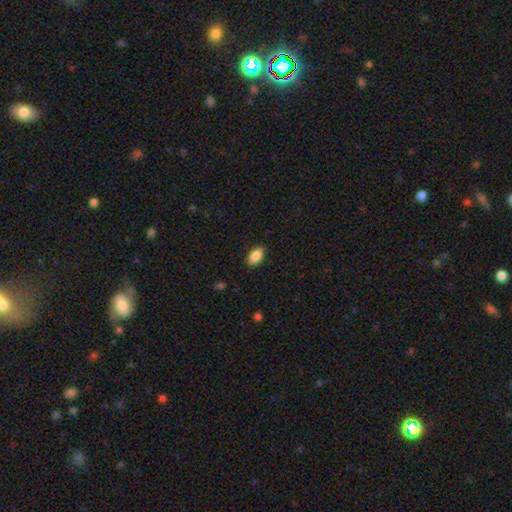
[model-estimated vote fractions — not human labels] smooth 88%, star or artifact 7%, featured or disk 5%. Down the decision tree: how rounded — in between (92%); merging — none (88%).